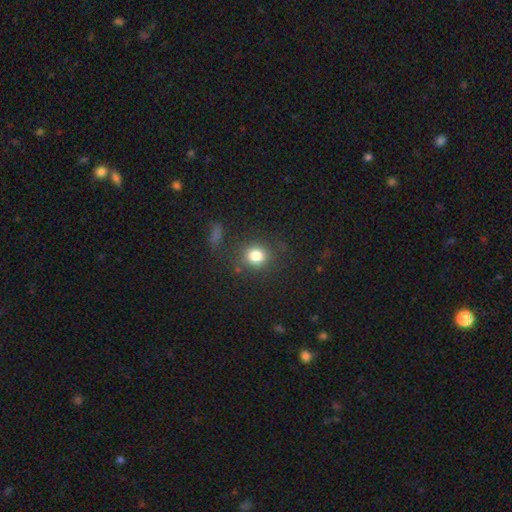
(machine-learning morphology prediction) smooth_or_featured: smooth (p=0.82) [alt: star or artifact p=0.12]
how_rounded: round (p=0.77) [alt: in between p=0.21]
merging: none (p=0.80) [alt: minor disturbance p=0.11]